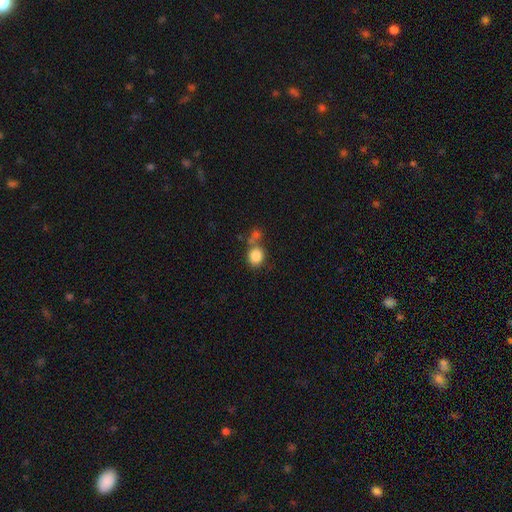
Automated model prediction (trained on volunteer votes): Smooth or featured: smooth — 85% (star or artifact — 9%)
How rounded: round — 69% (in between — 30%)
Merging: none — 55% (merger — 27%)